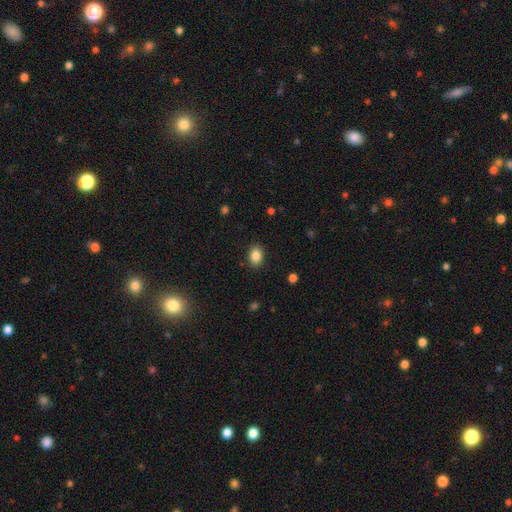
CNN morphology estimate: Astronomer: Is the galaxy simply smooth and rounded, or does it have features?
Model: smooth — 86%.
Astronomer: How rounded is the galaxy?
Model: in between — 72%.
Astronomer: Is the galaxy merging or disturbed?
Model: none — 88%.